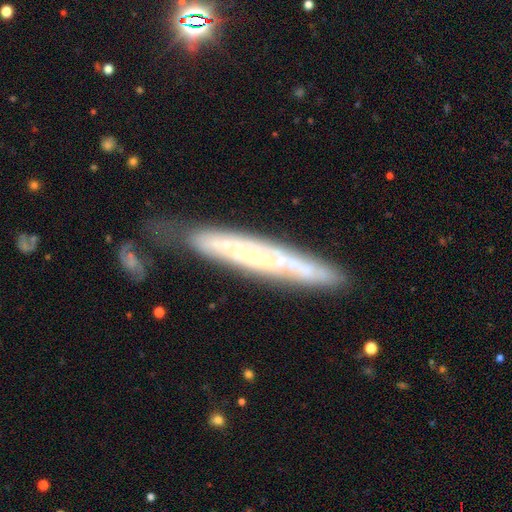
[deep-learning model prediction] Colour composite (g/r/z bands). It shows a featured or disk galaxy (70%) viewed edge-on (65%). Merging: none (68%).